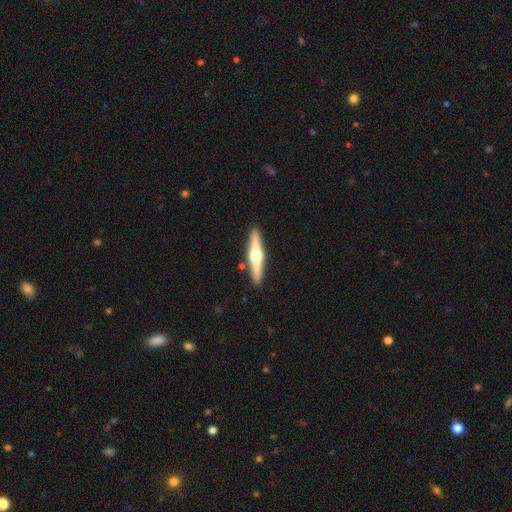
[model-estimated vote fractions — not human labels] Smooth or featured?
  - featured or disk: 61% *
  - smooth: 34%
  - star or artifact: 5%
Edge-on disk?
  - yes: 96% *
  - no: 4%
Edge-on bulge?
  - rounded: 94% *
  - boxy: 3%
  - none: 3%
Merging?
  - none: 89% *
  - minor disturbance: 7%
  - merger: 2%
  - major disturbance: 2%